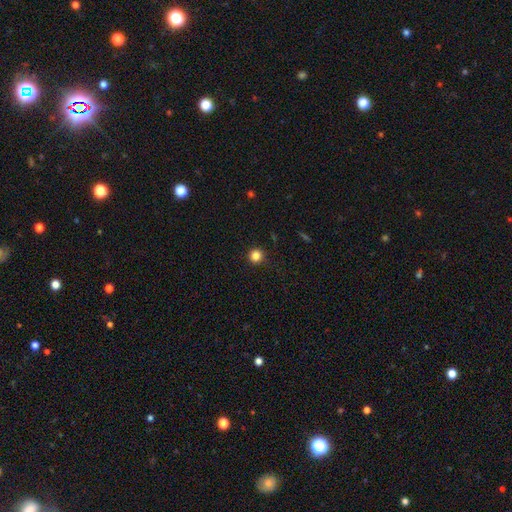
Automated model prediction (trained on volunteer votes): Q: Smooth or featured?
A: smooth (84%); runner-up: star or artifact (12%)
Q: How rounded?
A: round (95%); runner-up: in between (4%)
Q: Merging?
A: none (92%); runner-up: minor disturbance (5%)